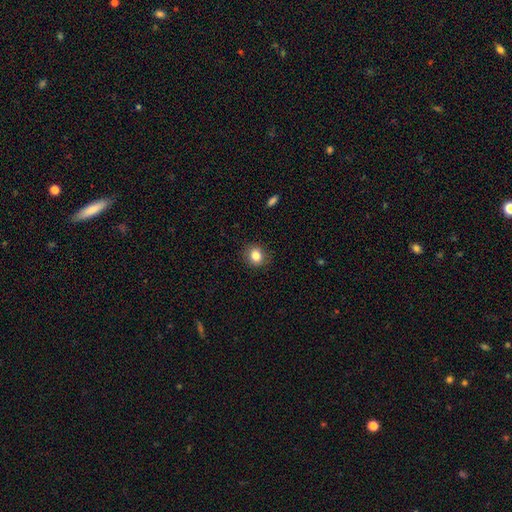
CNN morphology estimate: Q: Smooth or featured?
A: smooth (83%); runner-up: star or artifact (10%)
Q: How rounded?
A: round (72%); runner-up: in between (27%)
Q: Merging?
A: none (87%); runner-up: minor disturbance (9%)